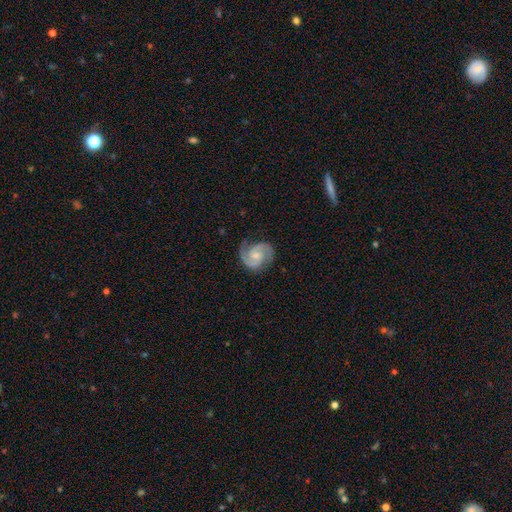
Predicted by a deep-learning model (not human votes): smooth_or_featured: featured or disk (p=0.90) [alt: smooth p=0.05]
disk_edge_on: no (p=0.98) [alt: yes p=0.02]
bar: no (p=0.54) [alt: weak p=0.38]
has_spiral_arms: yes (p=0.98) [alt: no p=0.02]
spiral_winding: medium (p=0.52) [alt: tight p=0.40]
spiral_arm_count: 2 (p=0.92) [alt: 3 p=0.02]
bulge_size: small (p=0.50) [alt: moderate p=0.38]
merging: none (p=0.80) [alt: minor disturbance p=0.15]